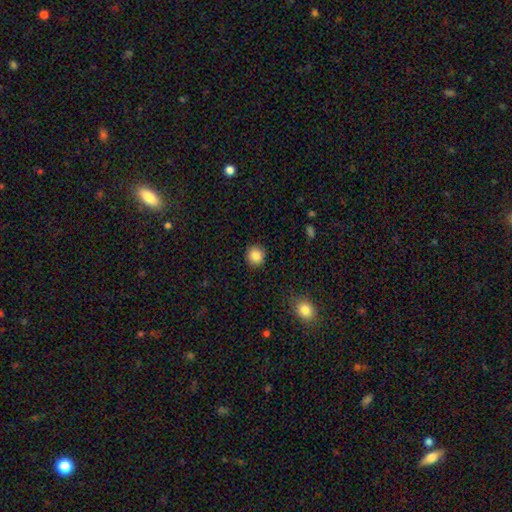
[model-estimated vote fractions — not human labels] The model was most divided on "smooth or featured": smooth: 86%, star or artifact: 10%, featured or disk: 4%. More confident: how rounded — round (90%); merging — none (90%).